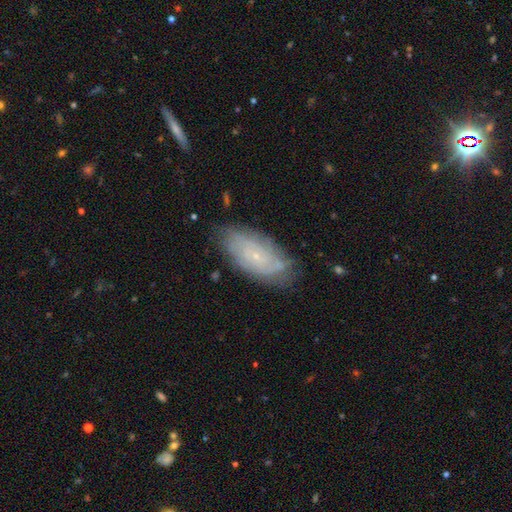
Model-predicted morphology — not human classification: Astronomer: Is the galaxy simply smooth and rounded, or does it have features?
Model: featured or disk — 61%.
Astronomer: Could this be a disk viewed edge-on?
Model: no — 91%.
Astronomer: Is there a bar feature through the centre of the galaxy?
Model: no — 80%.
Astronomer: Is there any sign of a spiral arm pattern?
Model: yes — 80%.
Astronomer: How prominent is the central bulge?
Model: small — 85%.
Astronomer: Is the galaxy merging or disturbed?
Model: none — 75%.